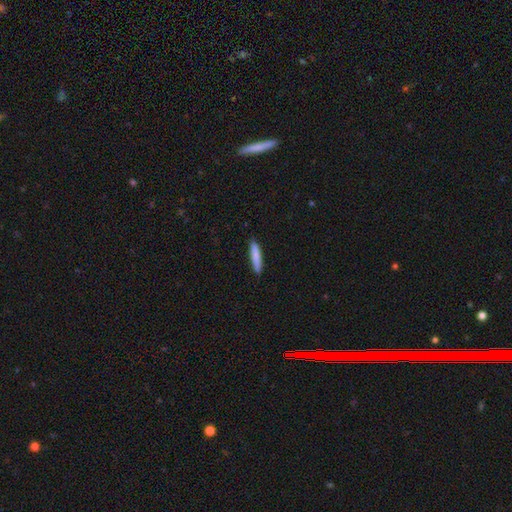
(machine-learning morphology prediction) smooth 83%, featured or disk 11%, star or artifact 5%. Down the decision tree: how rounded — cigar-shaped (90%); merging — none (90%).